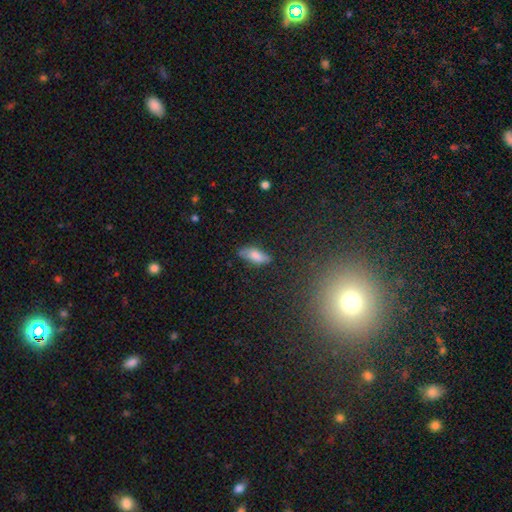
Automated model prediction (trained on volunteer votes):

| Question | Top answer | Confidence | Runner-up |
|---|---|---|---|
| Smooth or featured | smooth | 78% | featured or disk (15%) |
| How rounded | in between | 78% | cigar-shaped (20%) |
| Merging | none | 76% | minor disturbance (19%) |